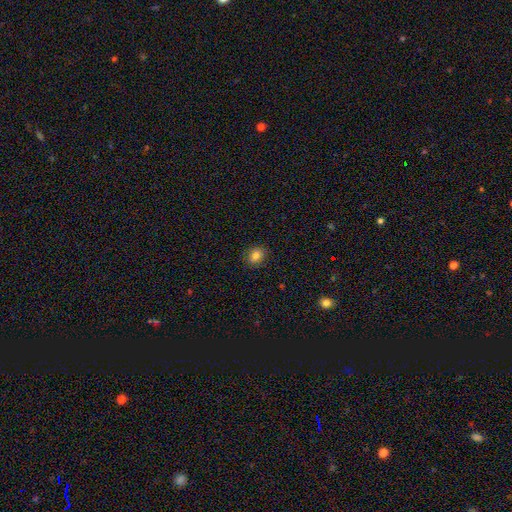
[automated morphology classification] This appears to be a smooth galaxy with no disk features (81%) that is round (55%). Merging: none (89%).